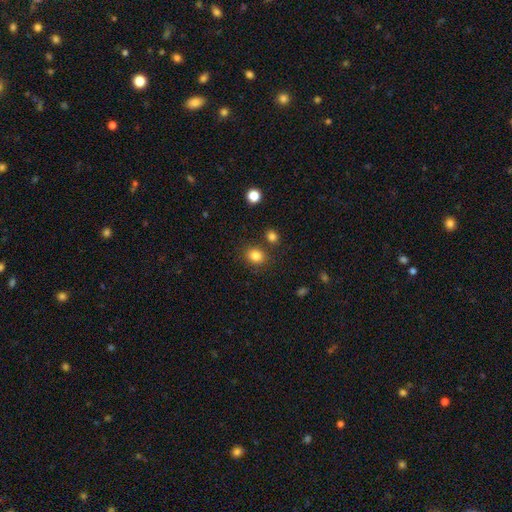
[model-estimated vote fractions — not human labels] This appears to be a smooth galaxy with no disk features (83%) that is round (60%). Merging: none (80%).